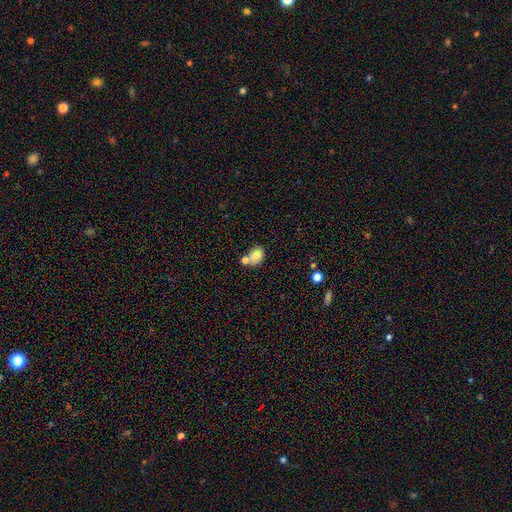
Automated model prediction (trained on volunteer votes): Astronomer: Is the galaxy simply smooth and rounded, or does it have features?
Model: smooth — 81%.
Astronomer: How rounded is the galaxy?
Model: in between — 64%.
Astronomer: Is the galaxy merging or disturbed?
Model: none — 41% (runner-up: merger, 39%).